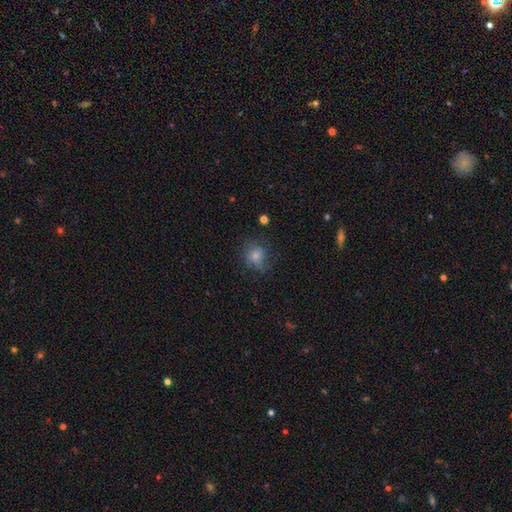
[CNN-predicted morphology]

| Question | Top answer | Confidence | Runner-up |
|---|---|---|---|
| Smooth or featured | smooth | 66% | featured or disk (21%) |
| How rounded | round | 77% | in between (22%) |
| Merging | none | 59% | minor disturbance (23%) |